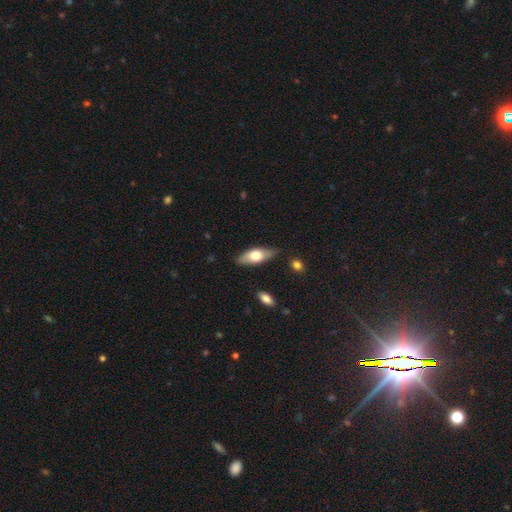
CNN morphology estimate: Smooth or featured: smooth — 63% (featured or disk — 31%)
How rounded: in between — 74% (cigar-shaped — 24%)
Merging: none — 80% (minor disturbance — 15%)